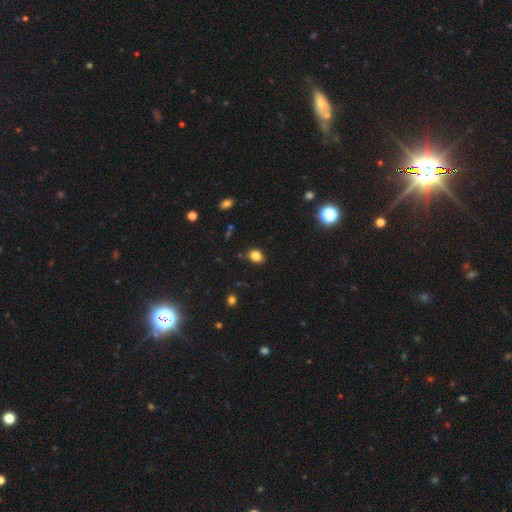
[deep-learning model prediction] Smooth or featured: smooth — 84% (star or artifact — 11%)
How rounded: in between — 63% (round — 36%)
Merging: none — 84% (minor disturbance — 11%)